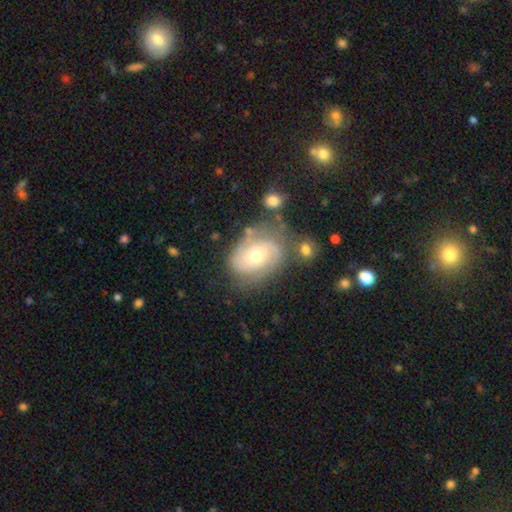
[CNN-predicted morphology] smooth-or-featured: featured or disk: 72% | smooth: 21% | star or artifact: 7%
  disk-edge-on: no: 96% | yes: 4%
    bar: no: 64% | weak: 29% | strong: 7%
    has-spiral-arms: yes: 89% | no: 11%
      spiral-winding: tight: 43% | medium: 41% | loose: 16%
      spiral-arm-count: 2: 63% | can't tell: 19% | 3: 10% | 1: 3% | 4: 2% | more than 4: 2%
    bulge-size: moderate: 65% | small: 28% | large: 4% | none: 1% | dominant: 1%
  merging: none: 61% | minor disturbance: 21% | major disturbance: 10% | merger: 8%